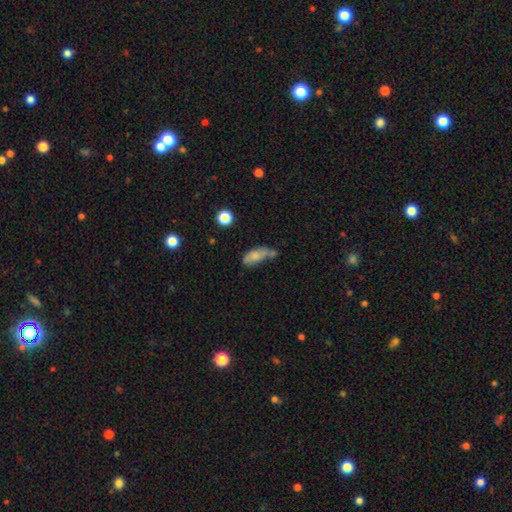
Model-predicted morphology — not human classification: smooth 70%, featured or disk 20%, star or artifact 10%. Down the decision tree: how rounded — in between (78%); merging — none (32%).